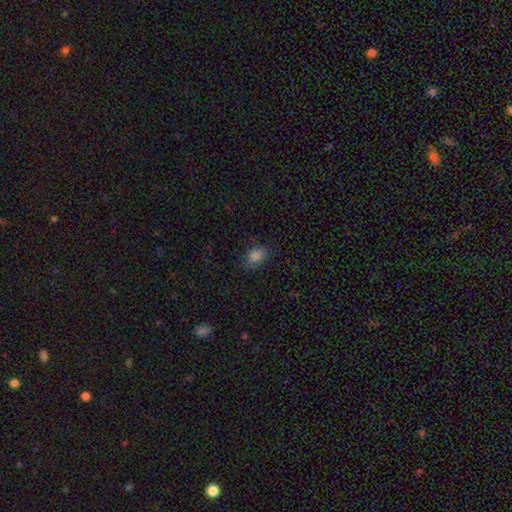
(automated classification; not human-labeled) This is clearly a smooth galaxy (83%). How rounded: likely in between (77%). Merging: likely none (78%).